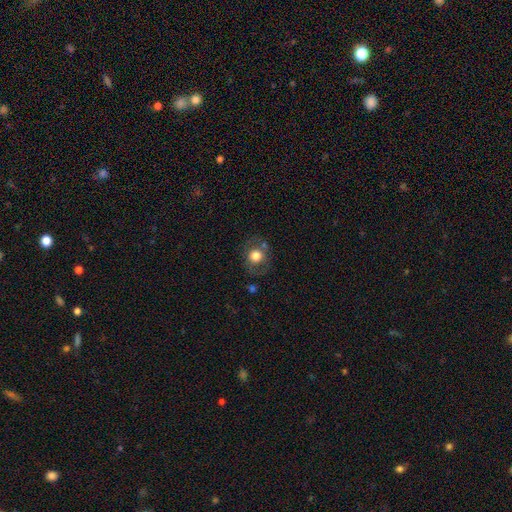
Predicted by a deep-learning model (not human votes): A smooth galaxy with no disk features (69%) that is round (79%).

Vote fractions:
- Smooth or featured? smooth: 69% / featured or disk: 21% / star or artifact: 9%
- How rounded? round: 79% / in between: 20% / cigar-shaped: 1%
- Merging? none: 73% / minor disturbance: 15% / major disturbance: 7% / merger: 5%